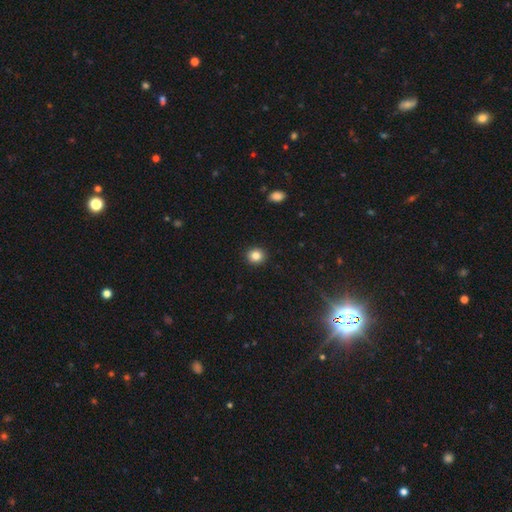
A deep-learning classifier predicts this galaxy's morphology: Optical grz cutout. It shows a smooth galaxy with no disk features (84%) that is round (89%). Merging: none (93%).